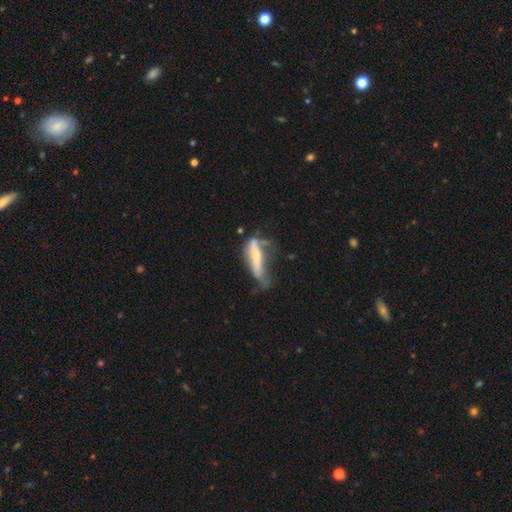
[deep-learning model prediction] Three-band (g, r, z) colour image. It shows a featured or disk galaxy (47%). Merging: major disturbance (39%).